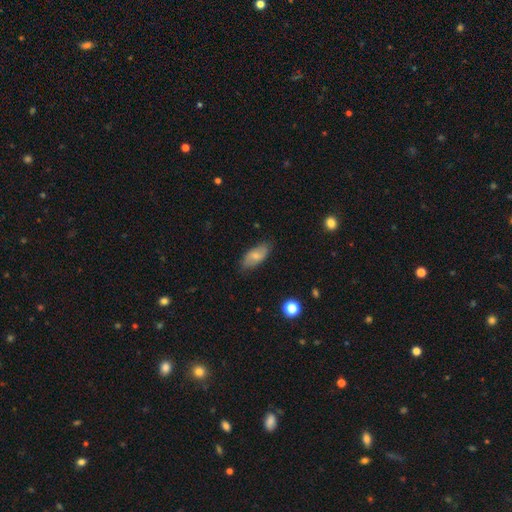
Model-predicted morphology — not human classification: A smooth galaxy with no disk features (69%) that is in between round and cigar-shaped (88%). Merging: none (81%).